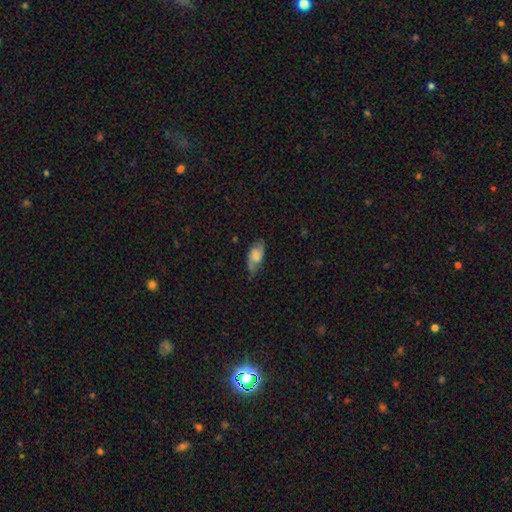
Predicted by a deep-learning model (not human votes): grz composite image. It shows a smooth galaxy with no disk features (56%) that is in between round and cigar-shaped (88%). Merging: none (65%).